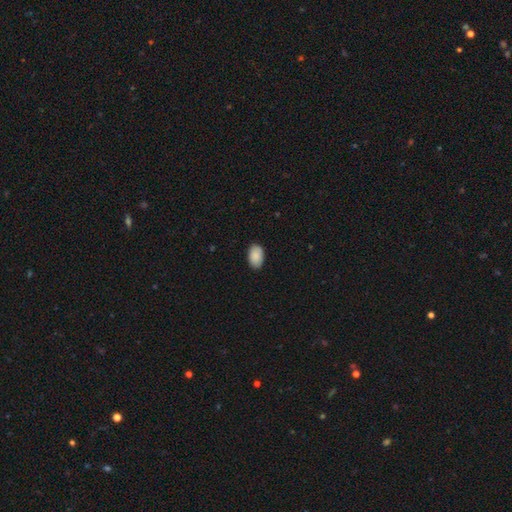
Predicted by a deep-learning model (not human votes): Q: Smooth or featured?
A: smooth (90%); runner-up: star or artifact (6%)
Q: How rounded?
A: in between (91%); runner-up: round (7%)
Q: Merging?
A: none (88%); runner-up: minor disturbance (10%)